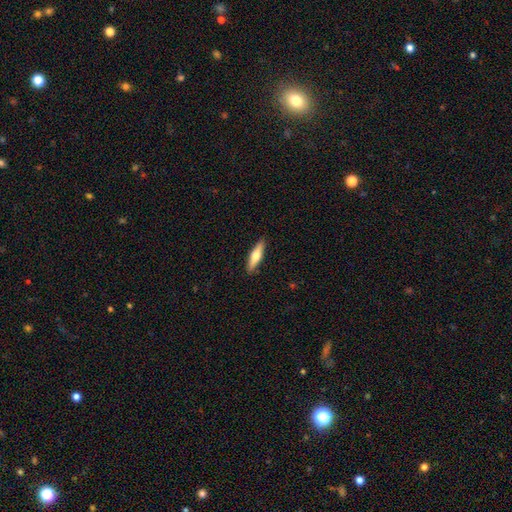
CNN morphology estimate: A smooth galaxy with no disk features (52%) that is cigar-shaped (71%).

Vote fractions:
- Smooth or featured? smooth: 52% / featured or disk: 43% / star or artifact: 6%
- How rounded? cigar-shaped: 71% / in between: 27% / round: 2%
- Merging? none: 90% / minor disturbance: 8% / major disturbance: 2% / merger: 1%